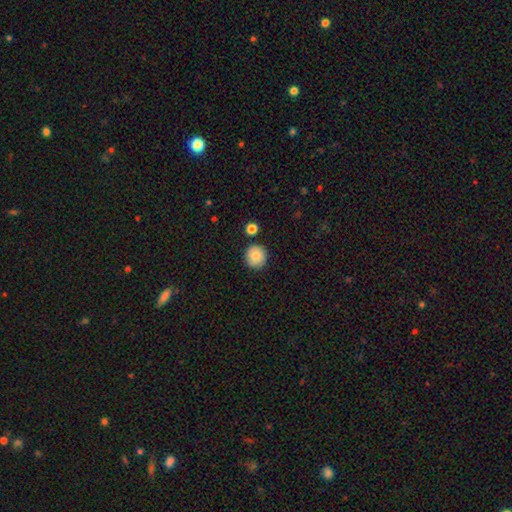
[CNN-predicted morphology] This appears to be a smooth galaxy with no disk features (83%) that is round (92%). Merging: none (84%).